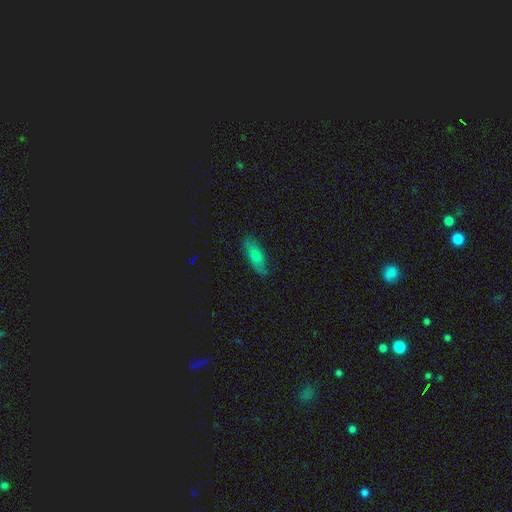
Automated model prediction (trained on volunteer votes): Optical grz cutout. It shows a smooth galaxy with no disk features (75%) that is in between round and cigar-shaped (67%). Merging: none (74%).